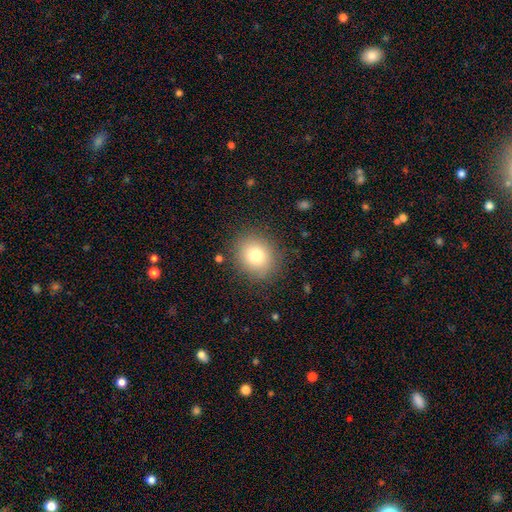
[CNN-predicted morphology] smooth-or-featured: smooth: 77% | star or artifact: 12% | featured or disk: 11%
  how-rounded: round: 74% | in between: 25% | cigar-shaped: 1%
  merging: none: 86% | minor disturbance: 9% | major disturbance: 4% | merger: 1%